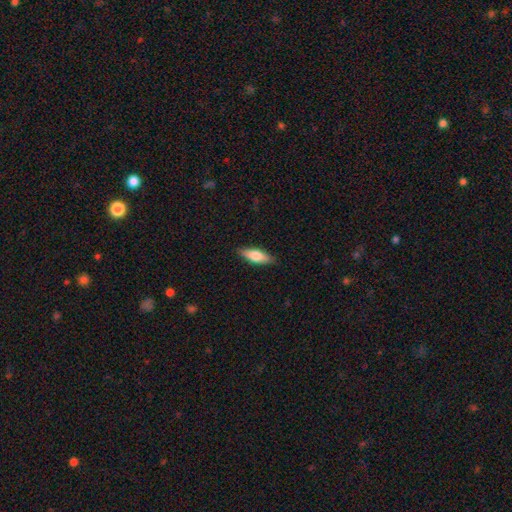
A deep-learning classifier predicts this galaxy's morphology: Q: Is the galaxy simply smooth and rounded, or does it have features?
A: smooth — 69%.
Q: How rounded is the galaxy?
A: in between — 61%.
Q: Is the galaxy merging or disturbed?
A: none — 87%.